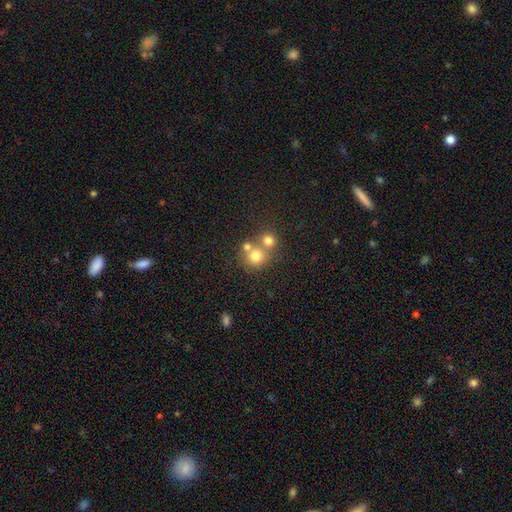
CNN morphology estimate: This appears to be a smooth galaxy with no disk features (73%) that is round (87%). Merging: none (47%).